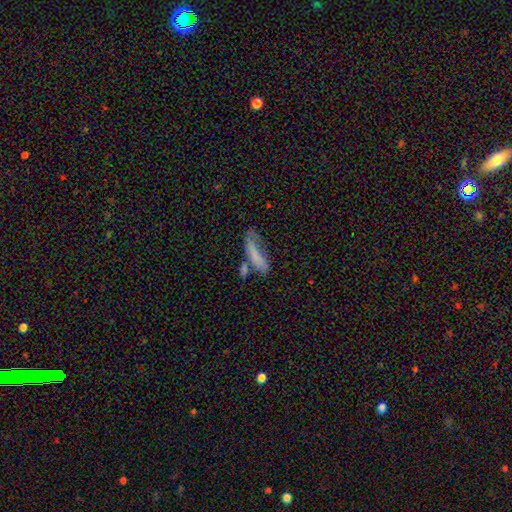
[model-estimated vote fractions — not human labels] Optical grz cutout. It shows a smooth galaxy with no disk features (71%) that is cigar-shaped (67%). Merging: none (34%).